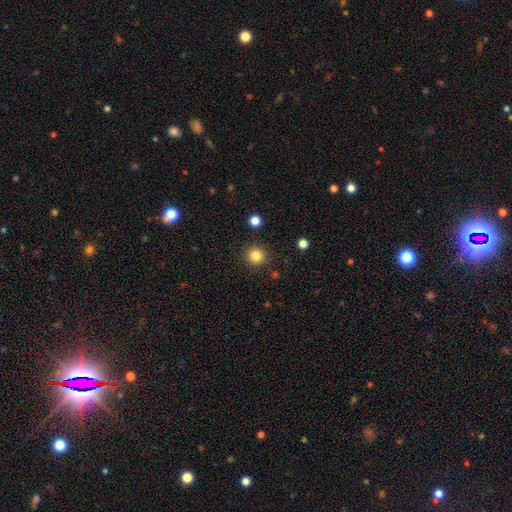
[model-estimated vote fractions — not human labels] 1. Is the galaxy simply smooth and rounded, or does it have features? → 84% smooth, 11% star or artifact, 4% featured or disk.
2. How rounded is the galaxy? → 95% round, 4% in between, 1% cigar-shaped.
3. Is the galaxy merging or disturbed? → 91% none, 5% minor disturbance, 2% major disturbance, 2% merger.